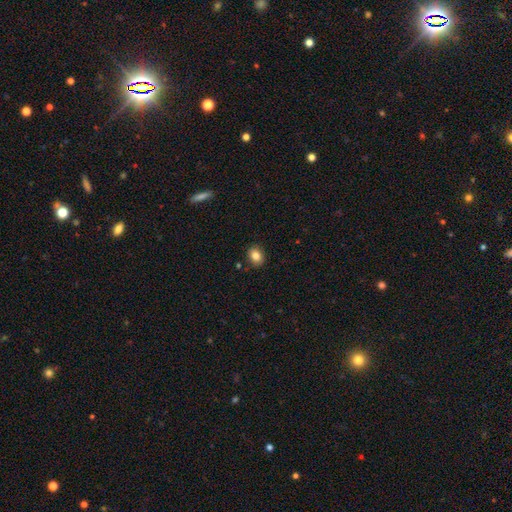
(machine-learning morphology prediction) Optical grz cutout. It shows a smooth galaxy with no disk features (83%) that is in between round and cigar-shaped (52%). Merging: none (87%).